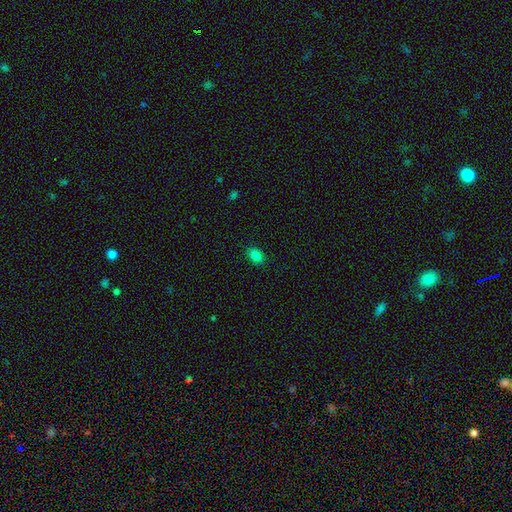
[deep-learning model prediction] Q: Smooth or featured?
A: smooth (84%); runner-up: star or artifact (12%)
Q: How rounded?
A: in between (81%); runner-up: round (18%)
Q: Merging?
A: none (88%); runner-up: minor disturbance (9%)